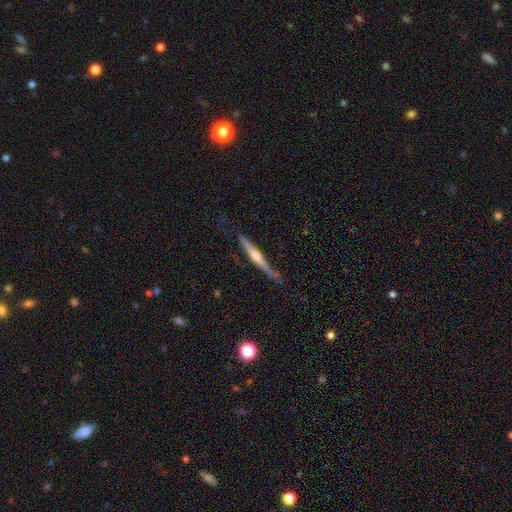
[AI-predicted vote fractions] A featured or disk galaxy (72%) viewed edge-on (97%) with a rounded central bulge (83%).

Vote fractions:
- Smooth or featured? featured or disk: 72% / smooth: 23% / star or artifact: 5%
- Edge-on disk? yes: 97% / no: 3%
- Edge-on bulge? rounded: 83% / none: 12% / boxy: 5%
- Merging? none: 71% / minor disturbance: 22% / major disturbance: 4% / merger: 2%